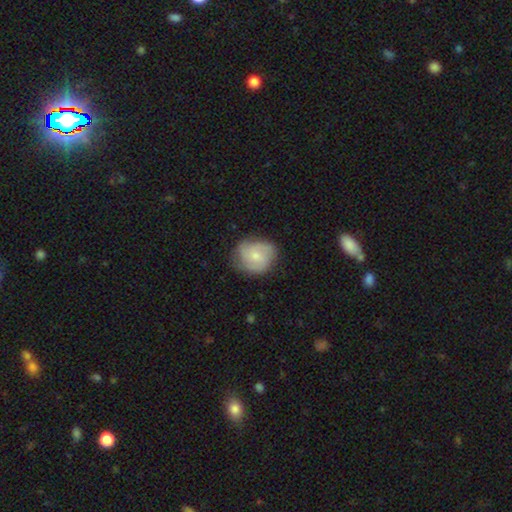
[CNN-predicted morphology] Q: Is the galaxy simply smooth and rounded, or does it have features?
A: featured or disk — 49%.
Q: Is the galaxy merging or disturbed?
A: none — 70%.